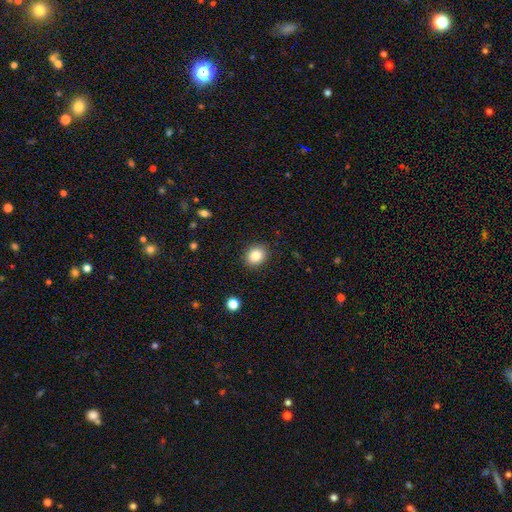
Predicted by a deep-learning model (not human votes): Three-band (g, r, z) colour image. It shows a smooth galaxy with no disk features (84%) that is round (68%). Merging: none (90%).